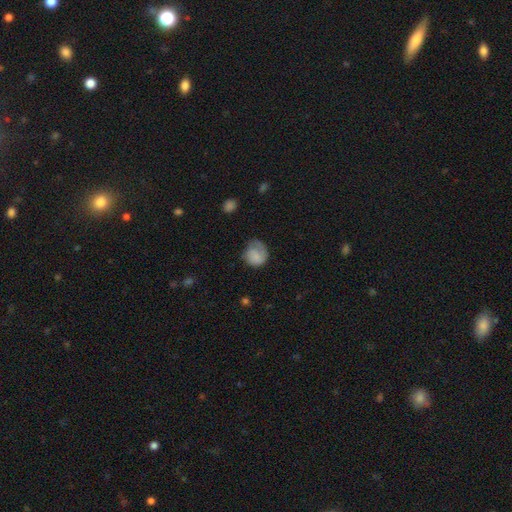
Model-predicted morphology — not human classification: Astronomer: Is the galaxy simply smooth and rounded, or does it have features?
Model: smooth — 71%.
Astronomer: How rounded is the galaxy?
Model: round — 75%.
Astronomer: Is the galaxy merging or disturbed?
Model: none — 44% (runner-up: minor disturbance, 31%).